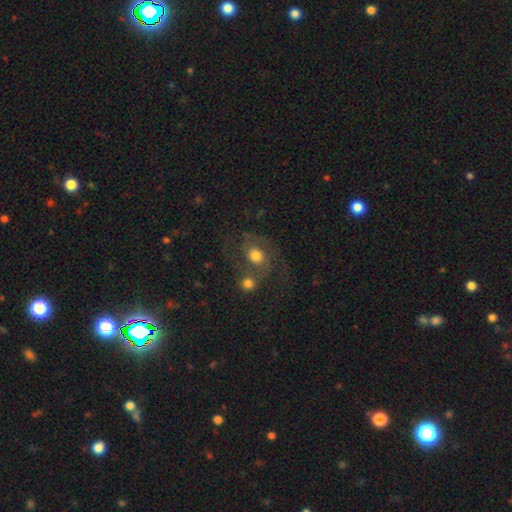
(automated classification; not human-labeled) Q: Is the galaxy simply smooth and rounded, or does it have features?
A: featured or disk — 53%.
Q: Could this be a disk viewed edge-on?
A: no — 97%.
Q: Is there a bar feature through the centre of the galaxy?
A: no — 79%.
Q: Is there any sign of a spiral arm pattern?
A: yes — 76%.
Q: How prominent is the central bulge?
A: moderate — 62%.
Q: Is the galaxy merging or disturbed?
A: none — 43%.